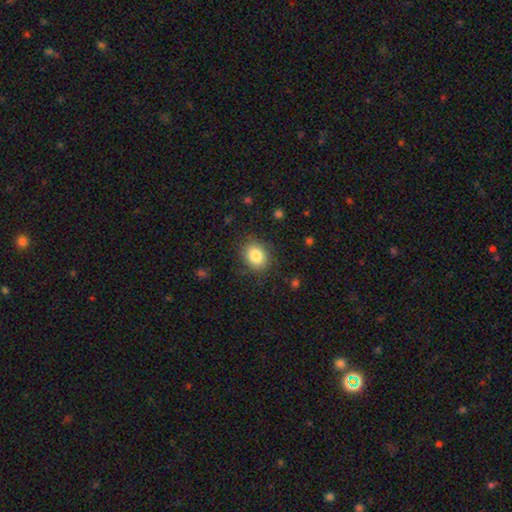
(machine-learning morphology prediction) A smooth galaxy with no disk features (83%) that is round (52%). Merging: none (84%).